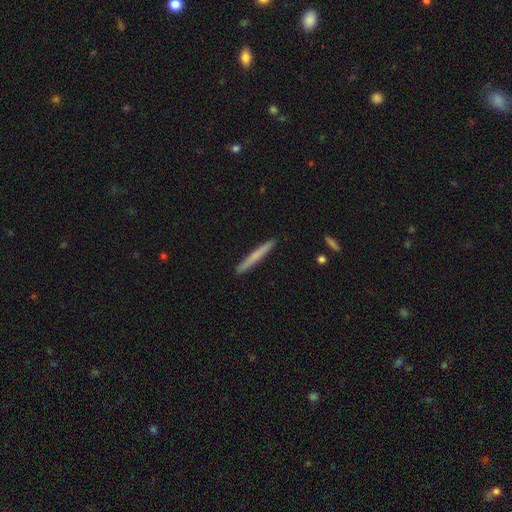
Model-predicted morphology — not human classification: Smooth or featured? Predicted: smooth (p=0.64). How rounded? Predicted: cigar-shaped (p=0.97). Merging? Predicted: none (p=0.92).